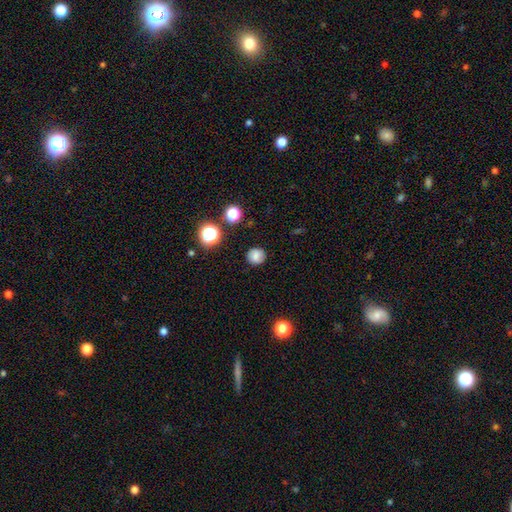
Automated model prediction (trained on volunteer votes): This appears to be a smooth galaxy with no disk features (76%) that is round (90%). Merging: none (88%).